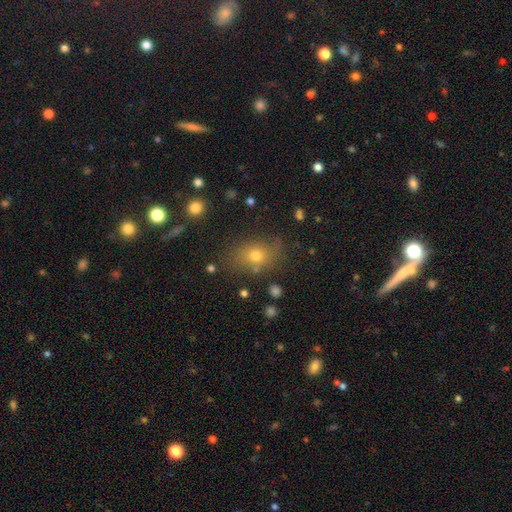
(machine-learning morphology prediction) smooth 68%, star or artifact 17%, featured or disk 15%. Down the decision tree: how rounded — in between (64%); merging — none (73%).